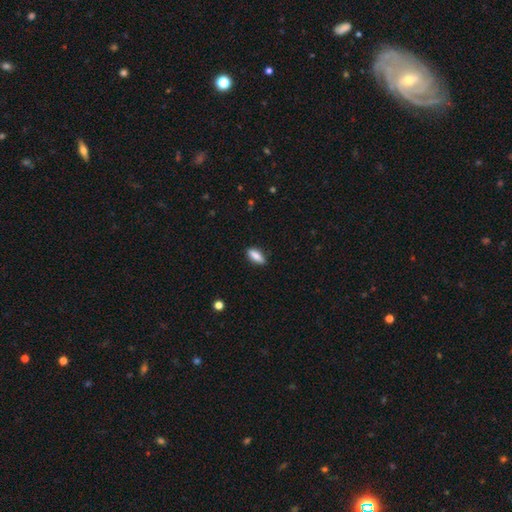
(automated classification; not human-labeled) This is clearly a smooth galaxy (83%). How rounded: likely in between (69%). Merging: clearly none (87%).